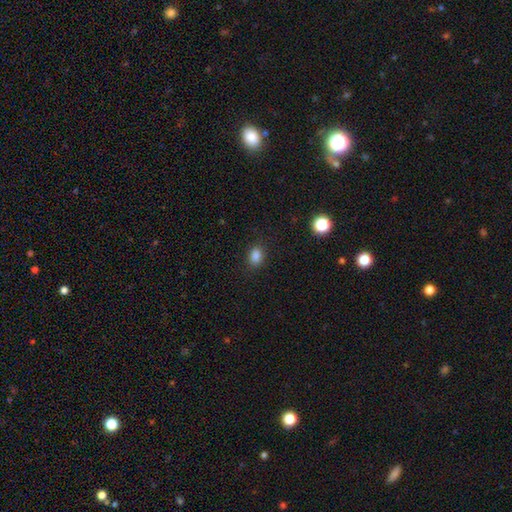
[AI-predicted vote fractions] The model was most divided on "how rounded": in between: 68%, round: 31%, cigar-shaped: 1%. More confident: merging — none (87%); smooth or featured — smooth (84%).